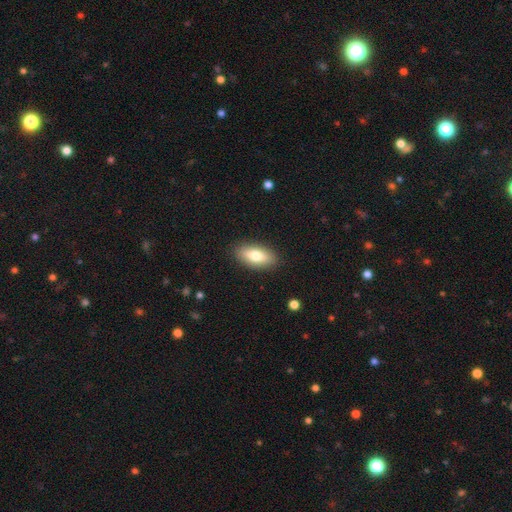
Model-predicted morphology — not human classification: The model was most divided on "smooth or featured": smooth: 76%, featured or disk: 18%, star or artifact: 7%. More confident: how rounded — in between (88%); merging — none (88%).